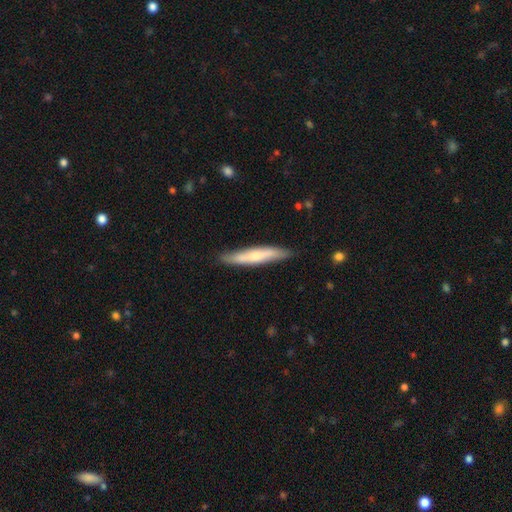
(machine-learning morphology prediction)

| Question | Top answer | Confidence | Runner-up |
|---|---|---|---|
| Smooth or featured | smooth | 58% | featured or disk (36%) |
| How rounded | cigar-shaped | 92% | in between (7%) |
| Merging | none | 85% | minor disturbance (12%) |